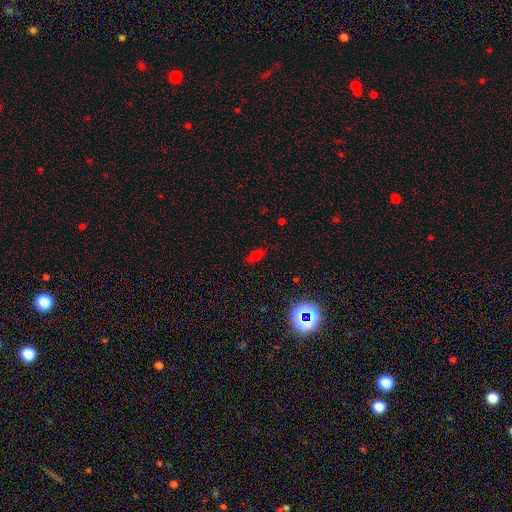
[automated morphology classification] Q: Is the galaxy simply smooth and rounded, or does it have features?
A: smooth — 66%.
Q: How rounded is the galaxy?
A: in between — 76%.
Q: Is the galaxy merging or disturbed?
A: none — 82%.